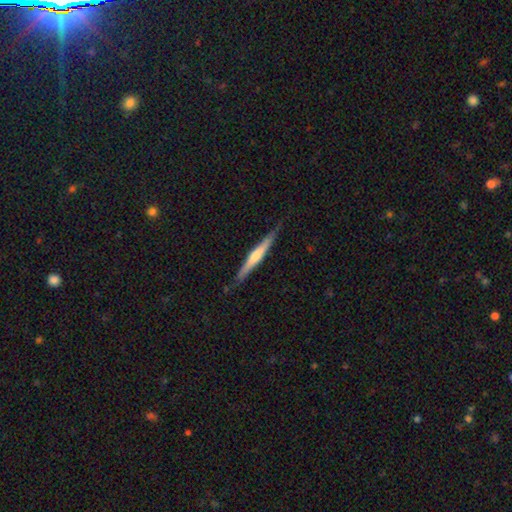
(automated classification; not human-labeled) Q: Smooth or featured?
A: featured or disk (58%); runner-up: smooth (37%)
Q: Edge-on disk?
A: yes (97%); runner-up: no (3%)
Q: Edge-on bulge?
A: rounded (55%); runner-up: none (30%)
Q: Merging?
A: none (82%); runner-up: minor disturbance (14%)